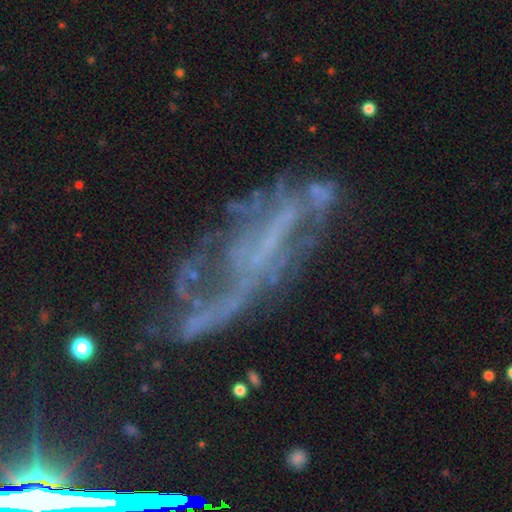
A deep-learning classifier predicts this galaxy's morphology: Q: Smooth or featured?
A: featured or disk (72%); runner-up: smooth (14%)
Q: Edge-on disk?
A: no (89%); runner-up: yes (11%)
Q: Bar?
A: no (50%); runner-up: weak (28%)
Q: Spiral arms?
A: no (56%); runner-up: yes (44%)
Q: Bulge size?
A: none (68%); runner-up: small (20%)
Q: Merging?
A: major disturbance (41%); runner-up: none (32%)